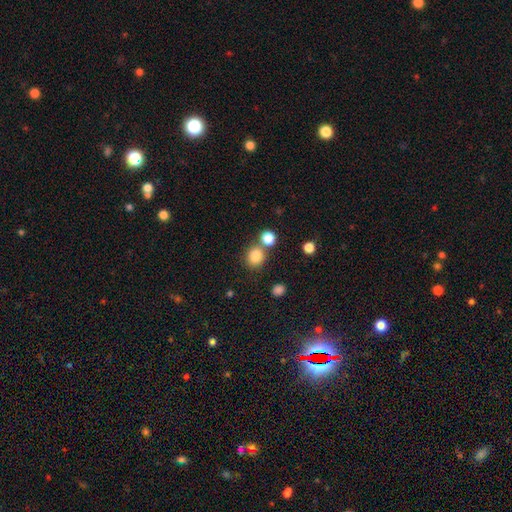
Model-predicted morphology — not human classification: Smooth or featured?
  - smooth: 83% *
  - star or artifact: 12%
  - featured or disk: 6%
How rounded?
  - round: 82% *
  - in between: 17%
  - cigar-shaped: 1%
Merging?
  - none: 65% *
  - merger: 24%
  - minor disturbance: 9%
  - major disturbance: 3%